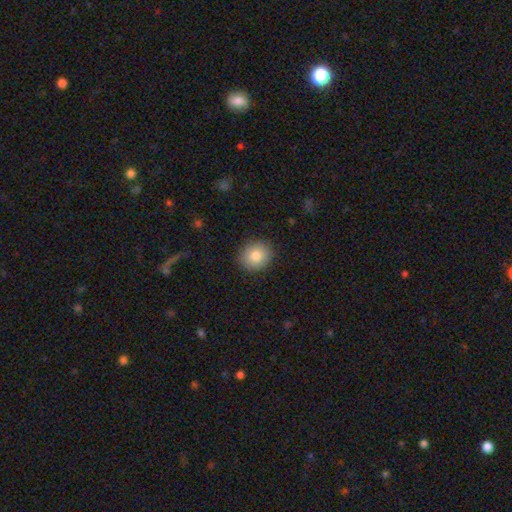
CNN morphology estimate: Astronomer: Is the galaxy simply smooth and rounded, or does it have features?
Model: smooth — 82%.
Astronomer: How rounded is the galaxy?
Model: round — 78%.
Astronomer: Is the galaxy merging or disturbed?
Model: none — 89%.